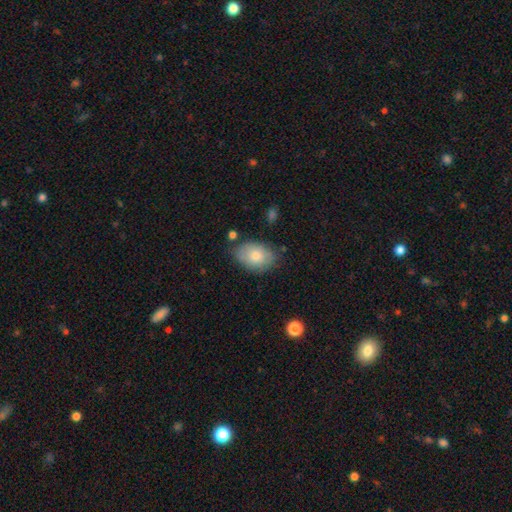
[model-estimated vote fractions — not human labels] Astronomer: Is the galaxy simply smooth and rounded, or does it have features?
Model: smooth — 73%.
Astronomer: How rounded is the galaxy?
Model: in between — 83%.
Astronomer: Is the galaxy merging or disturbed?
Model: none — 74%.